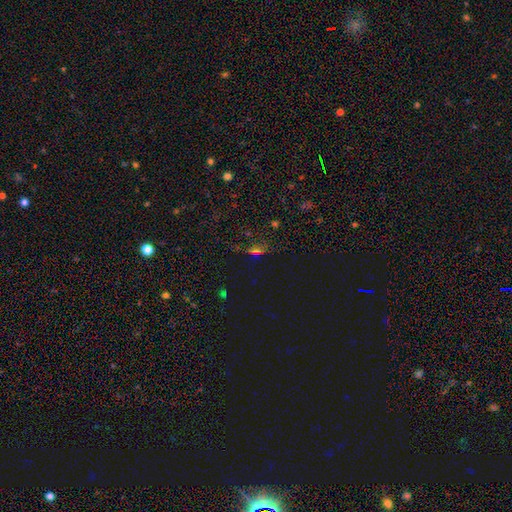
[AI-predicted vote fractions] Smooth or featured? Predicted: star or artifact (p=0.48).